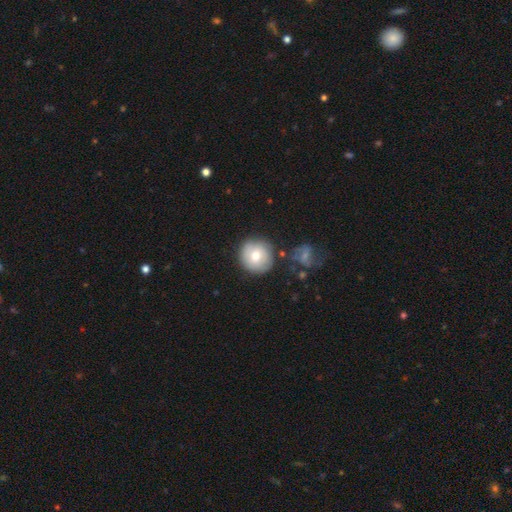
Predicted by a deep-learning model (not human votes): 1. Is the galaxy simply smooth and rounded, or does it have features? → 68% smooth, 24% featured or disk, 8% star or artifact.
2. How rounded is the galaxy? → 93% round, 6% in between, 1% cigar-shaped.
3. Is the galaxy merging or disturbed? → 76% none, 13% minor disturbance, 6% merger, 4% major disturbance.